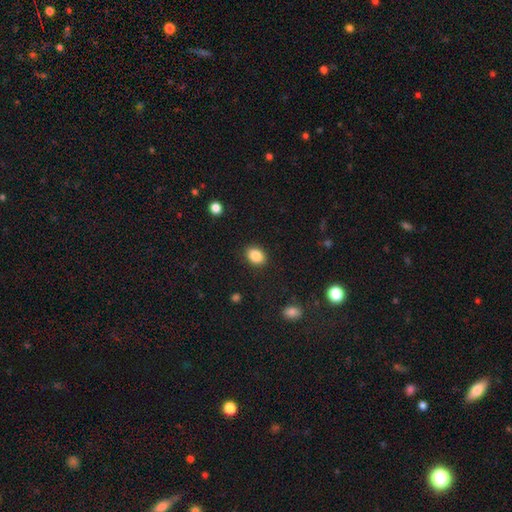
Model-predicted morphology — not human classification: Smooth or featured? smooth (87%)
How rounded? in between (66%)
Merging? none (89%)